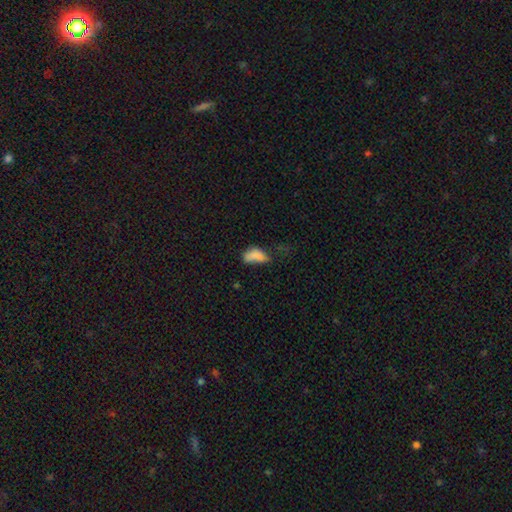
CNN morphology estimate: The model was most divided on "merging": major disturbance: 34%, minor disturbance: 27%, none: 26%, merger: 12%. More confident: how rounded — in between (89%); smooth or featured — smooth (75%).